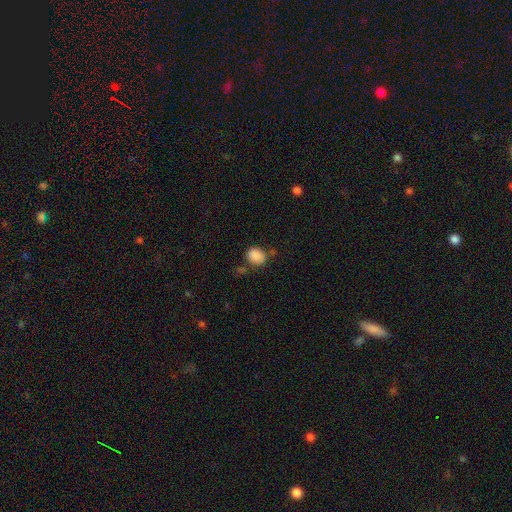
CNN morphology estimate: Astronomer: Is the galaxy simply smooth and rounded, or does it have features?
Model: smooth — 87%.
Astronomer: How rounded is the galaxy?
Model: in between — 52% (runner-up: round, 47%).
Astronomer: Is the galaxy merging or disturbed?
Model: none — 71%.